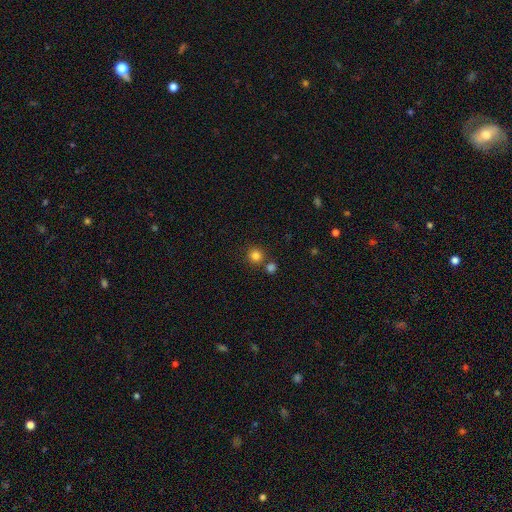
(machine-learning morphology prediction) The model was most divided on "merging": none: 74%, merger: 16%, minor disturbance: 7%, major disturbance: 3%. More confident: how rounded — round (93%); smooth or featured — smooth (82%).